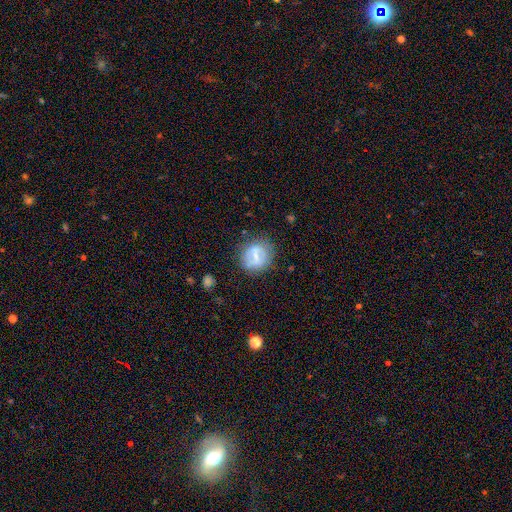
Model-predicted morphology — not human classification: smooth-or-featured: featured or disk: 49% | smooth: 42% | star or artifact: 9%
  merging: none: 75% | minor disturbance: 16% | major disturbance: 7% | merger: 2%